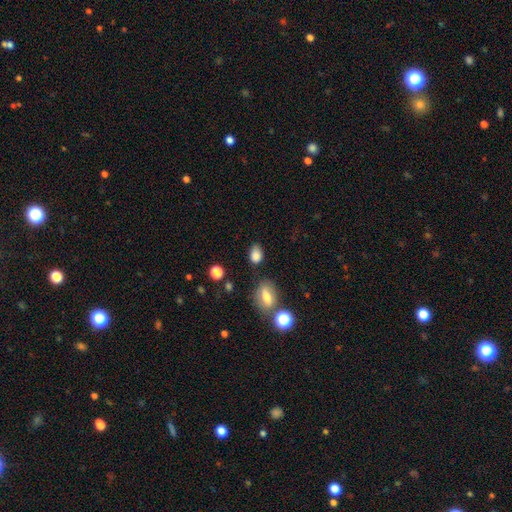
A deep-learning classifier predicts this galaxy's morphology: Overall: smooth (83%). How rounded: in between (77%). Merging: none (68%).